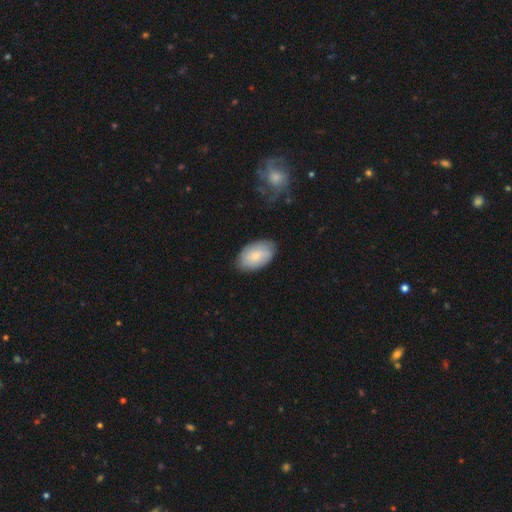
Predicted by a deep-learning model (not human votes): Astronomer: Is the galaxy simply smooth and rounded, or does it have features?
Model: smooth — 67%.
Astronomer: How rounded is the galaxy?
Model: in between — 93%.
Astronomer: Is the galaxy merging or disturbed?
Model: none — 79%.